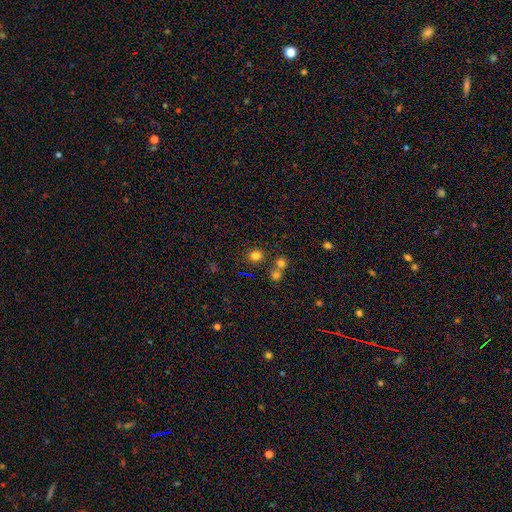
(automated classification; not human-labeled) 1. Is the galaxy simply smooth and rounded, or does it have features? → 77% smooth, 16% star or artifact, 6% featured or disk.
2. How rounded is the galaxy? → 87% round, 12% in between, 1% cigar-shaped.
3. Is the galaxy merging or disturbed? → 79% none, 11% merger, 7% minor disturbance, 3% major disturbance.